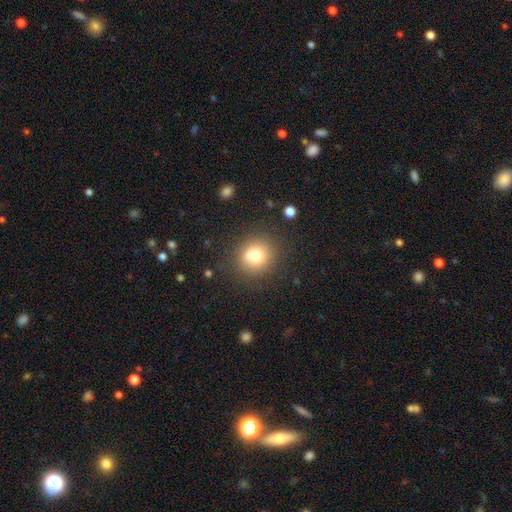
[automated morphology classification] smooth-or-featured: smooth: 74% | star or artifact: 13% | featured or disk: 13%
  how-rounded: round: 85% | in between: 14% | cigar-shaped: 1%
  merging: none: 79% | minor disturbance: 12% | major disturbance: 5% | merger: 4%